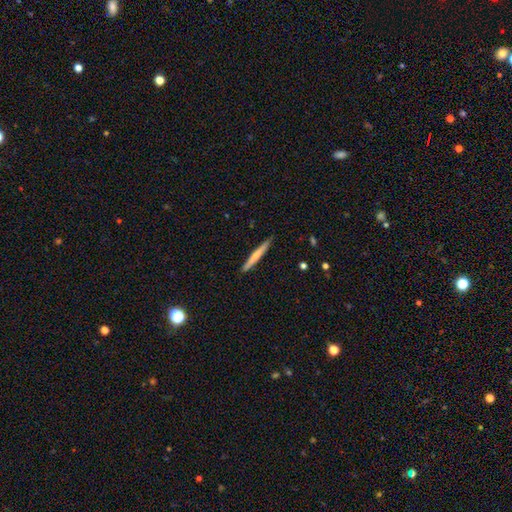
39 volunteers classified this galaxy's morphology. Smooth or featured? smooth (67%)
How rounded? cigar-shaped (96%)
Merging? none (81%)